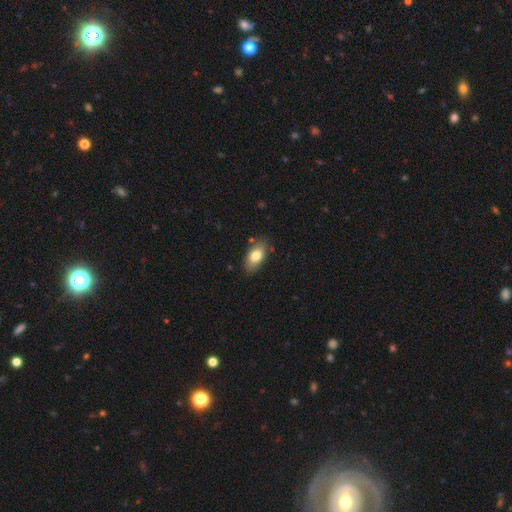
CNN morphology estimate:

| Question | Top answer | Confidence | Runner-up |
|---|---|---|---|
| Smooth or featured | smooth | 79% | featured or disk (14%) |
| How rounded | in between | 92% | round (5%) |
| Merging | none | 83% | minor disturbance (12%) |